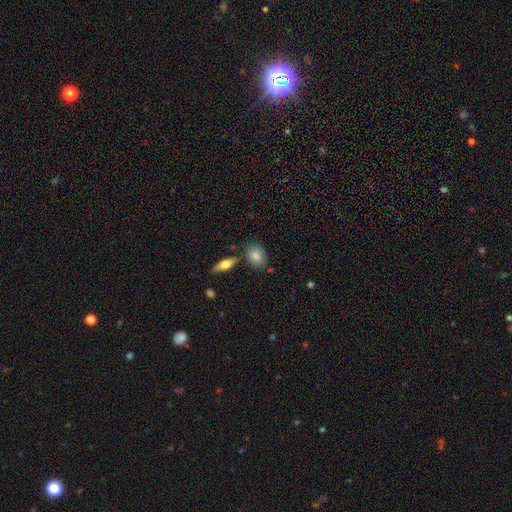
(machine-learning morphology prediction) smooth-or-featured: smooth: 82% | featured or disk: 11% | star or artifact: 7%
  how-rounded: in between: 68% | round: 29% | cigar-shaped: 3%
  merging: none: 74% | minor disturbance: 14% | merger: 9% | major disturbance: 3%